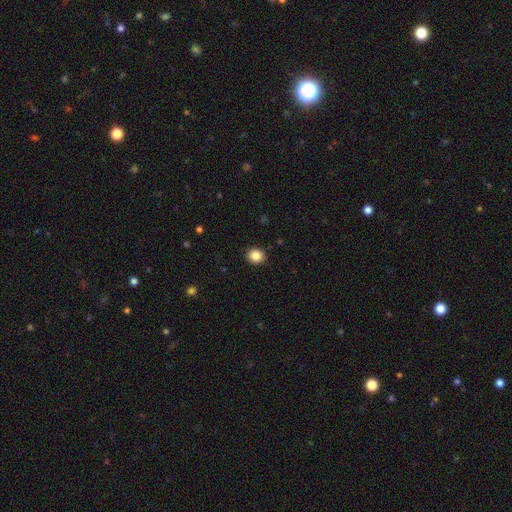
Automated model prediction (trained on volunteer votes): Smooth or featured: smooth — 86% (star or artifact — 10%)
How rounded: round — 74% (in between — 26%)
Merging: none — 92% (minor disturbance — 6%)